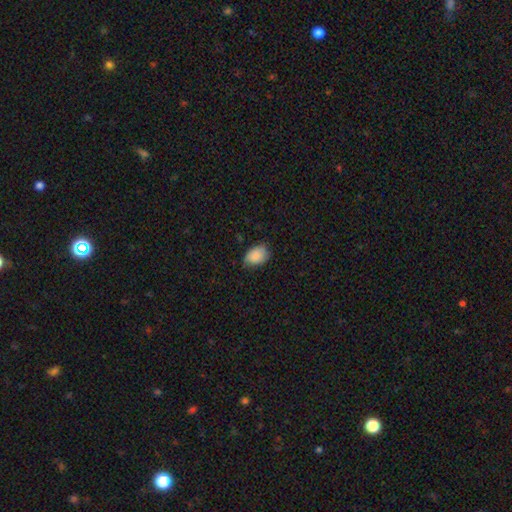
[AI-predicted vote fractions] Smooth or featured? Predicted: smooth (p=0.87). How rounded? Predicted: in between (p=0.81). Merging? Predicted: none (p=0.65).